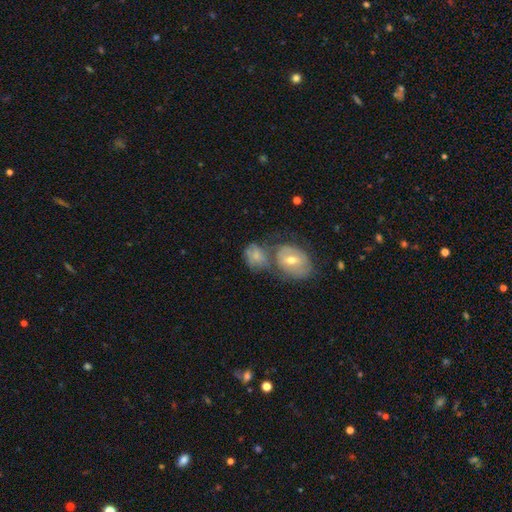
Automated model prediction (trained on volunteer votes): A smooth galaxy with no disk features (53%) that is in between round and cigar-shaped (54%). Merging: merger (48%).